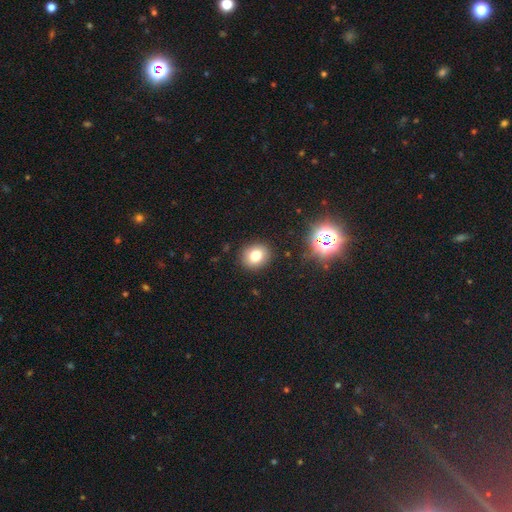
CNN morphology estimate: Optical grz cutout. It shows a smooth galaxy with no disk features (77%) that is round (66%). Merging: none (88%).